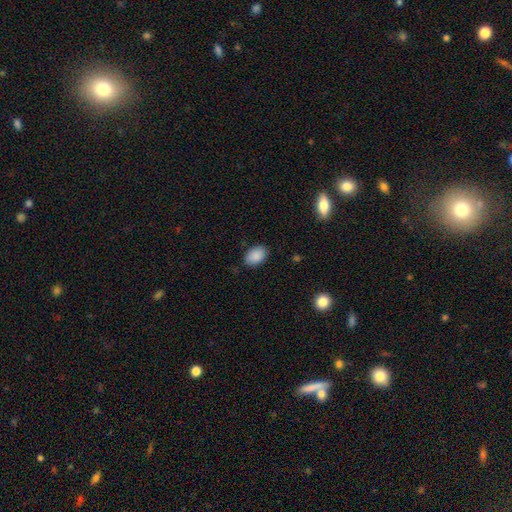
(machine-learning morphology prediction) Q: Smooth or featured?
A: smooth (89%); runner-up: star or artifact (7%)
Q: How rounded?
A: in between (87%); runner-up: round (12%)
Q: Merging?
A: none (85%); runner-up: minor disturbance (12%)